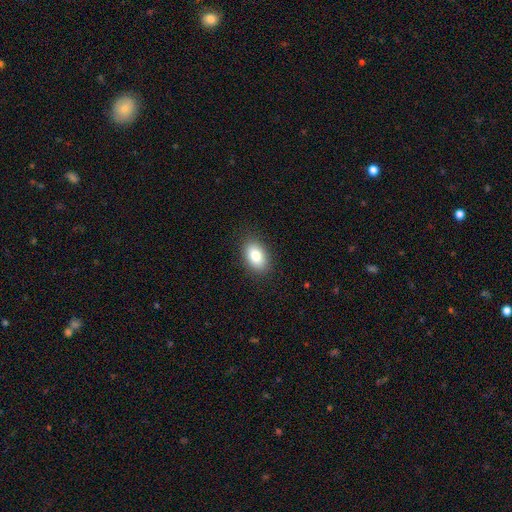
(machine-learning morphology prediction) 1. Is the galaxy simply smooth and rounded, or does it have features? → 82% smooth, 10% featured or disk, 8% star or artifact.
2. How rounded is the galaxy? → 86% in between, 12% round, 1% cigar-shaped.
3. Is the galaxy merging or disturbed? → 88% none, 9% minor disturbance, 2% major disturbance, 1% merger.